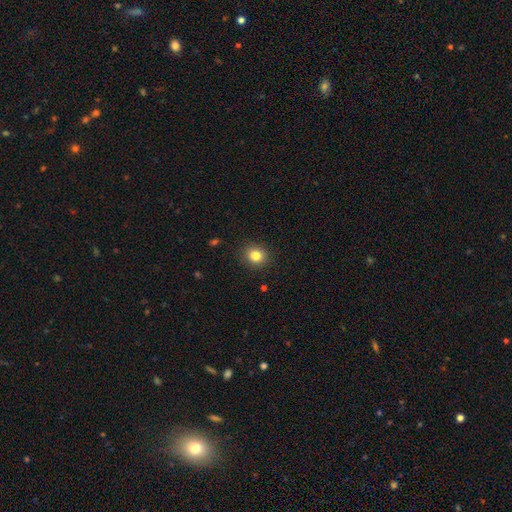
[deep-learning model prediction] Smooth or featured? smooth (84%)
How rounded? round (76%)
Merging? none (90%)